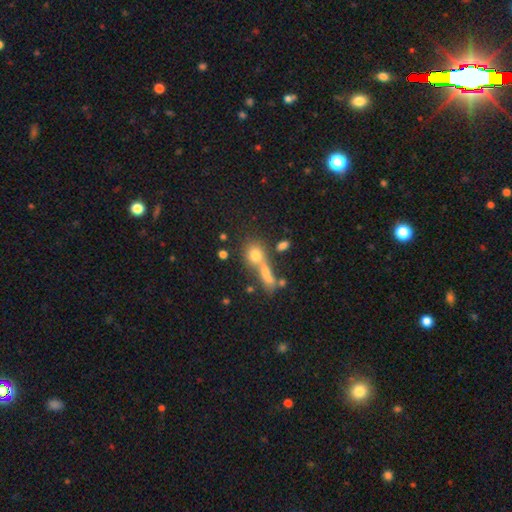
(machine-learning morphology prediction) Smooth or featured? smooth (68%)
How rounded? round (63%)
Merging? merger (46%)